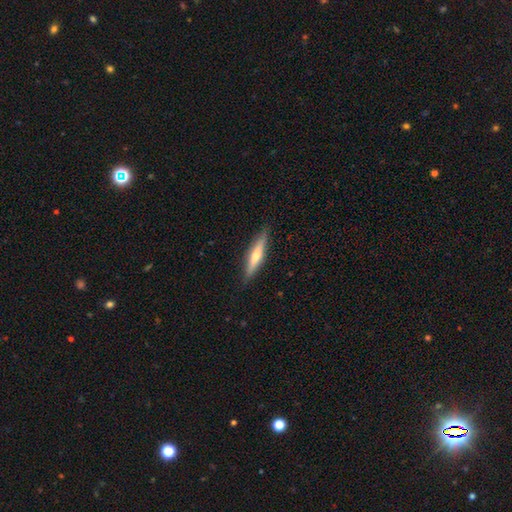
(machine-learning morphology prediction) The model was most divided on "smooth or featured": featured or disk: 49%, smooth: 45%, star or artifact: 6%. More confident: merging — none (89%).